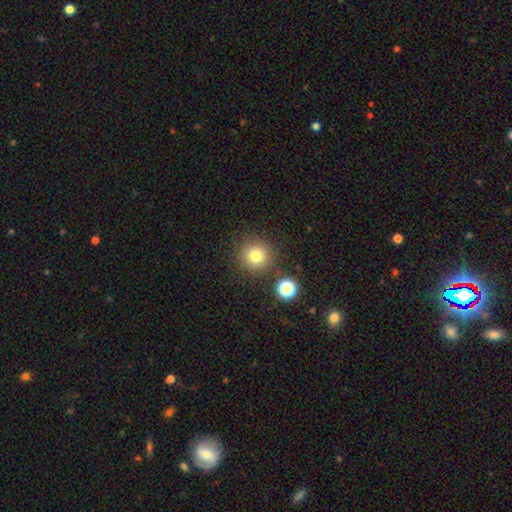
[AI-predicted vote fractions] This is likely a smooth galaxy (78%). How rounded: clearly round (95%). Merging: clearly none (85%).